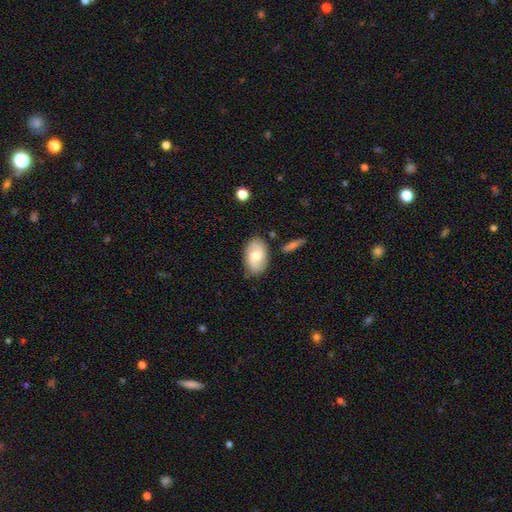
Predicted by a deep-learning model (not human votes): Smooth or featured?
  - smooth: 57% *
  - featured or disk: 37%
  - star or artifact: 6%
How rounded?
  - in between: 89% *
  - round: 9%
  - cigar-shaped: 2%
Merging?
  - none: 78% *
  - minor disturbance: 15%
  - merger: 4%
  - major disturbance: 3%